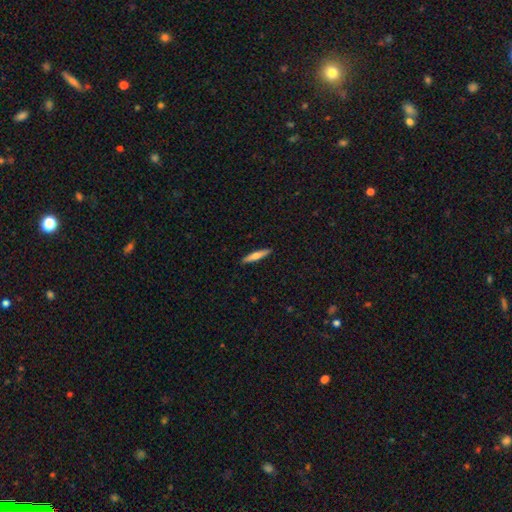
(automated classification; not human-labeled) The model was most divided on "smooth or featured": smooth: 57%, featured or disk: 38%, star or artifact: 6%. More confident: merging — none (91%); how rounded — cigar-shaped (88%).